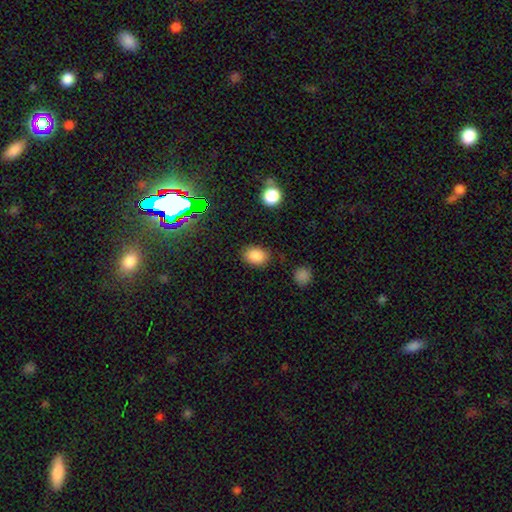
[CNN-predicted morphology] type=smooth (85%); roundness=in between (74%); merging=none (83%).